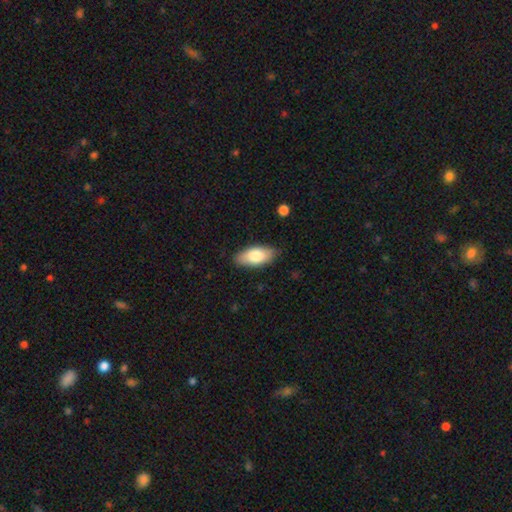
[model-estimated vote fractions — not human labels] Smooth or featured? smooth (79%)
How rounded? in between (89%)
Merging? none (86%)